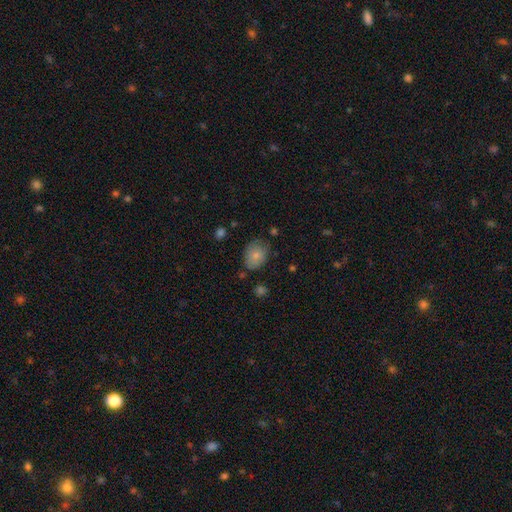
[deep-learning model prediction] A smooth galaxy with no disk features (80%) that is in between round and cigar-shaped (64%). Merging: none (67%).